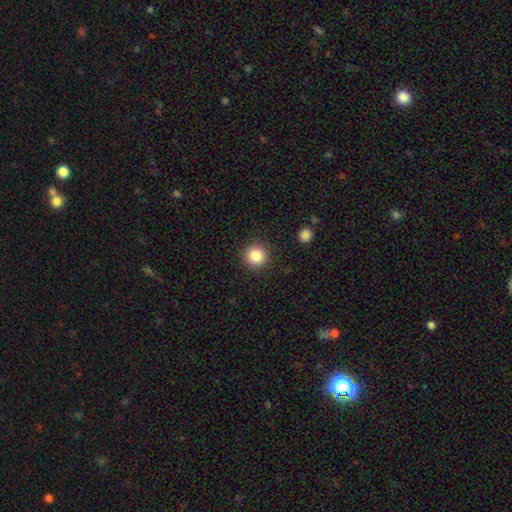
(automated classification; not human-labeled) Smooth or featured? smooth (86%)
How rounded? round (94%)
Merging? none (90%)